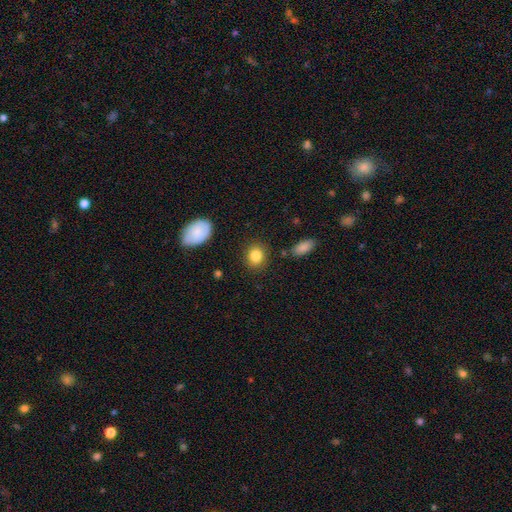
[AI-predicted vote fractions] smooth 85%, star or artifact 9%, featured or disk 6%. Down the decision tree: how rounded — round (67%); merging — none (86%).